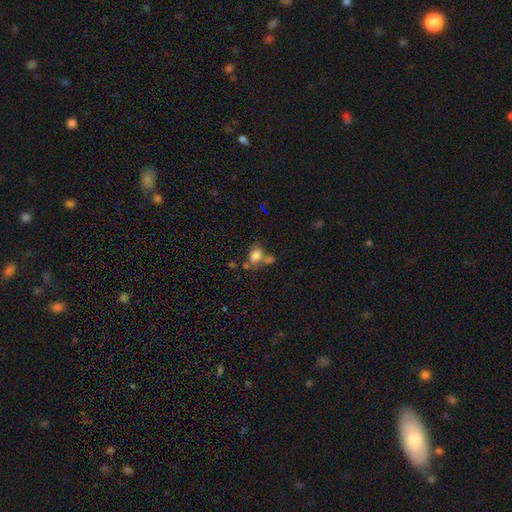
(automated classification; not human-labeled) A smooth galaxy with no disk features (80%) that is in between round and cigar-shaped (72%). Merging: none (47%).